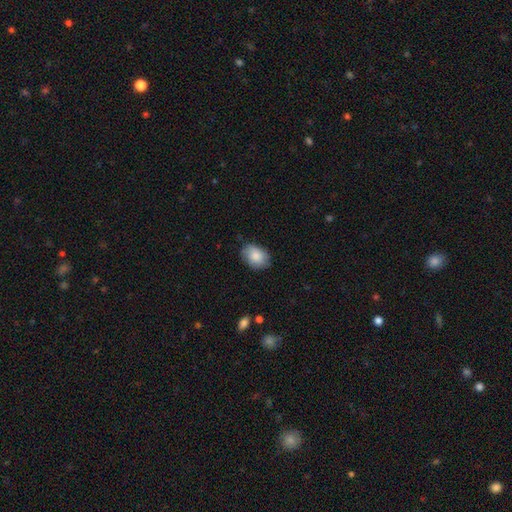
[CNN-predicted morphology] Smooth or featured? Predicted: smooth (p=0.83). How rounded? Predicted: in between (p=0.75). Merging? Predicted: none (p=0.75).